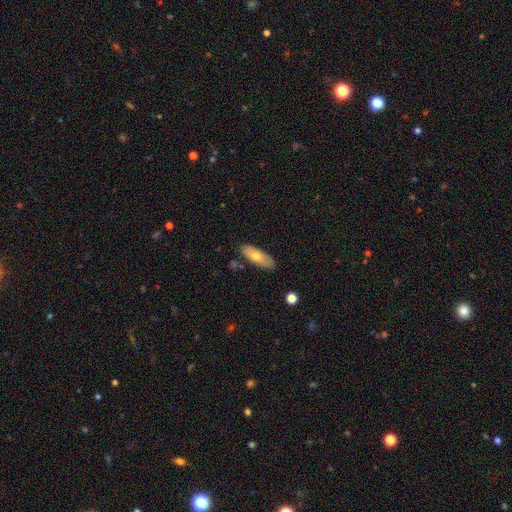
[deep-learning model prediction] This is likely a smooth galaxy (67%). How rounded: likely in between (63%). Merging: clearly none (84%).